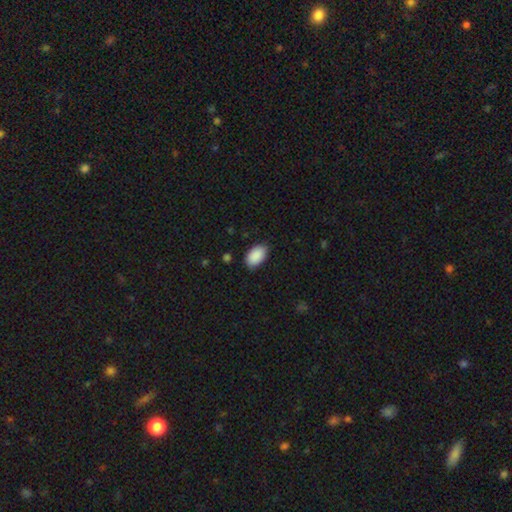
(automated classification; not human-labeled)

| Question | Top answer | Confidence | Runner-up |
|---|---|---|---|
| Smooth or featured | smooth | 91% | star or artifact (6%) |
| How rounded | in between | 94% | round (5%) |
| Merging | none | 85% | minor disturbance (12%) |